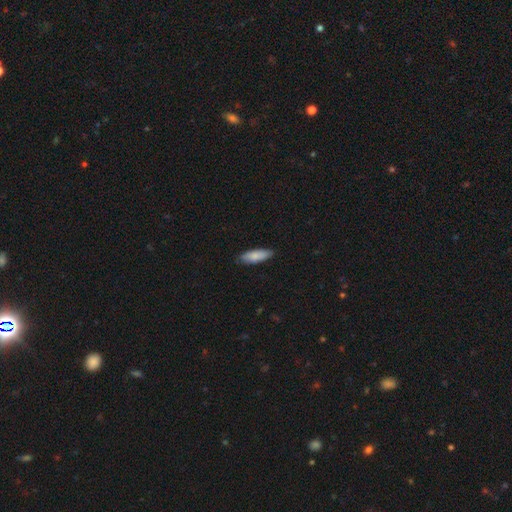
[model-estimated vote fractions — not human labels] Q: Smooth or featured?
A: smooth (81%); runner-up: featured or disk (13%)
Q: How rounded?
A: in between (59%); runner-up: cigar-shaped (40%)
Q: Merging?
A: none (84%); runner-up: minor disturbance (13%)